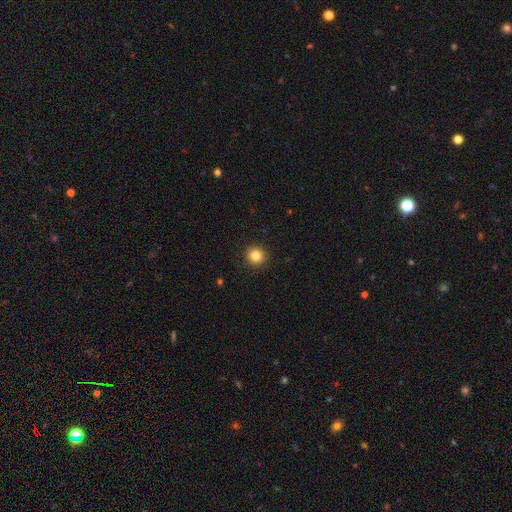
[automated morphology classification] This is clearly a smooth galaxy (84%). How rounded: clearly round (94%). Merging: clearly none (92%).